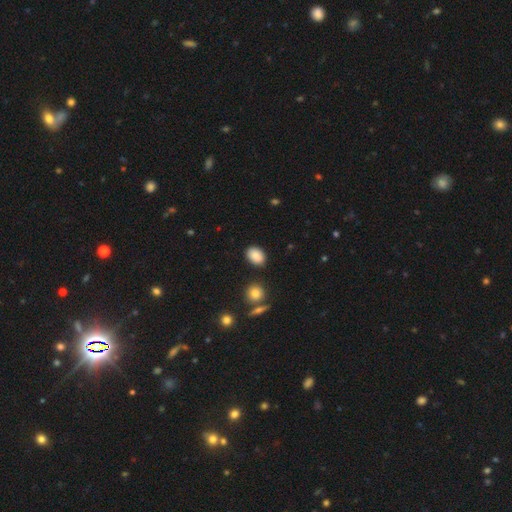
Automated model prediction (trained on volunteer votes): Smooth or featured?
  - smooth: 86% *
  - star or artifact: 9%
  - featured or disk: 5%
How rounded?
  - in between: 79% *
  - round: 20%
  - cigar-shaped: 1%
Merging?
  - none: 85% *
  - minor disturbance: 10%
  - merger: 3%
  - major disturbance: 2%